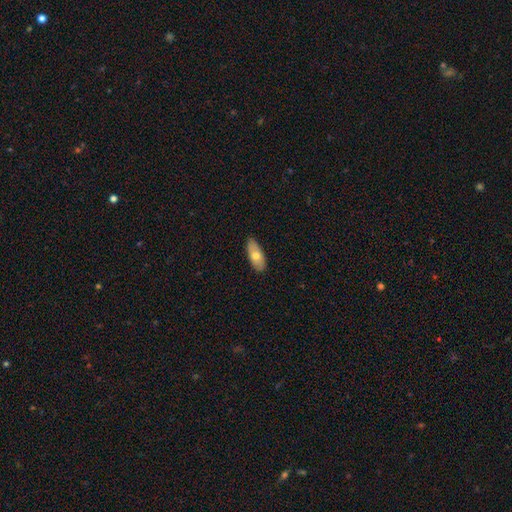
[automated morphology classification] smooth-or-featured: smooth: 66% | featured or disk: 28% | star or artifact: 6%
  how-rounded: in between: 84% | cigar-shaped: 13% | round: 3%
  merging: none: 85% | minor disturbance: 12% | major disturbance: 2% | merger: 1%